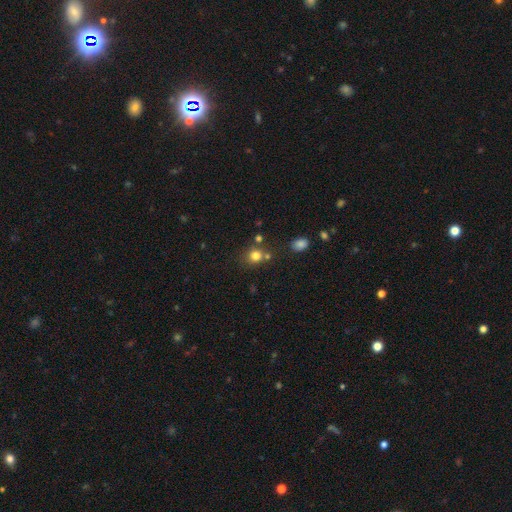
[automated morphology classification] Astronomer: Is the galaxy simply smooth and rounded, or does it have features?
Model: smooth — 79%.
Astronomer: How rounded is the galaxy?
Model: round — 80%.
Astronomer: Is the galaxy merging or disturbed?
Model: none — 69%.